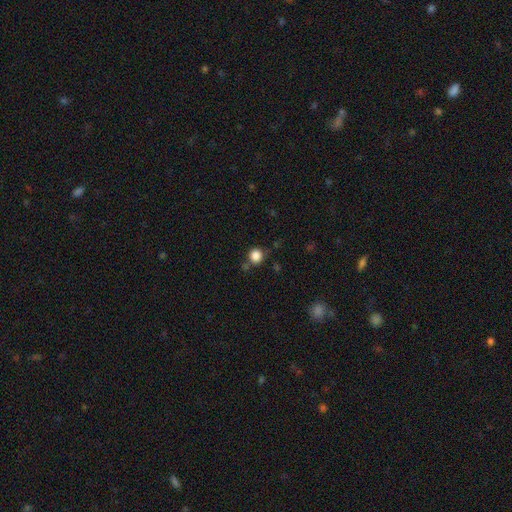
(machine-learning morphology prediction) type=smooth (85%); roundness=round (88%); merging=none (75%).